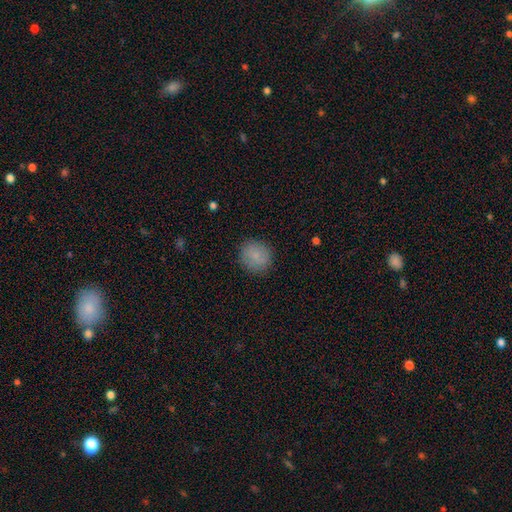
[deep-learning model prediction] smooth_or_featured: smooth (p=0.83) [alt: star or artifact p=0.09]
how_rounded: round (p=0.88) [alt: in between p=0.11]
merging: none (p=0.87) [alt: minor disturbance p=0.09]